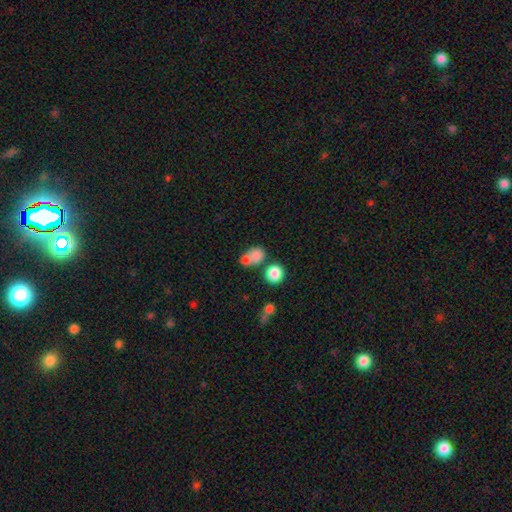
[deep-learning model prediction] A smooth galaxy with no disk features (78%) that is round (60%). Merging: merger (50%).